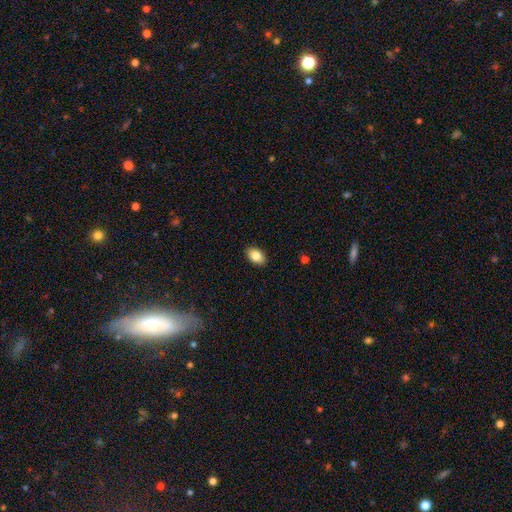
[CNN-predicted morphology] A smooth galaxy with no disk features (85%) that is in between round and cigar-shaped (88%). Merging: none (90%).